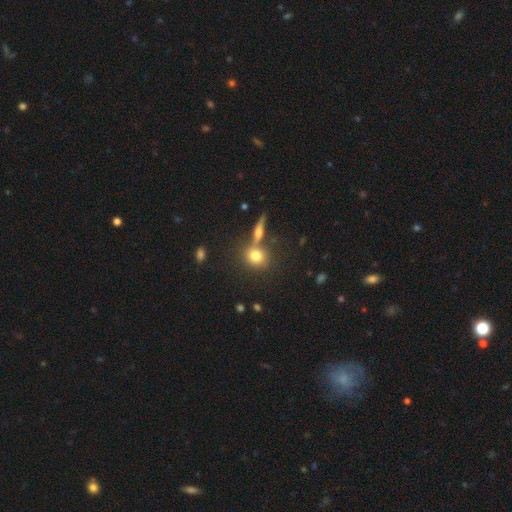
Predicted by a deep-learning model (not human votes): Smooth or featured? smooth (74%)
How rounded? round (75%)
Merging? none (59%)